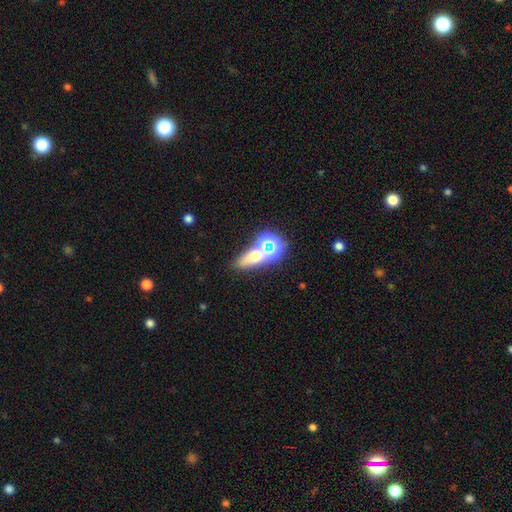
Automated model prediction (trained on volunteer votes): Smooth or featured? Predicted: smooth (p=0.51). How rounded? Predicted: in between (p=0.53). Merging? Predicted: none (p=0.57).